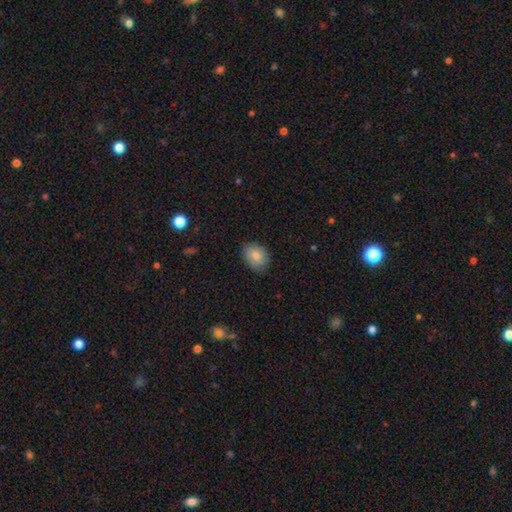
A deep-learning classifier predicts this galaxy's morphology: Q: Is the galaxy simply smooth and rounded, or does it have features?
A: smooth — 84%.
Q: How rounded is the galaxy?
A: in between — 63%.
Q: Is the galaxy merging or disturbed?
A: none — 83%.